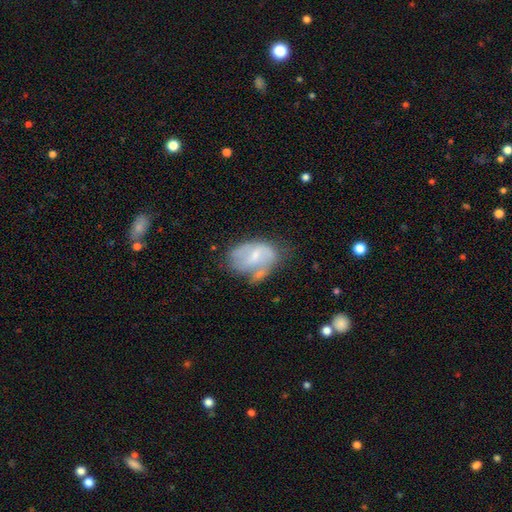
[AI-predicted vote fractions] The model was most divided on "merging": none: 35%, minor disturbance: 29%, major disturbance: 19%, merger: 16%. Remaining: edge-on disk — no (96%); spiral arms — yes (64%); smooth or featured — featured or disk (58%); bulge size — small (53%); bar — weak (49%).